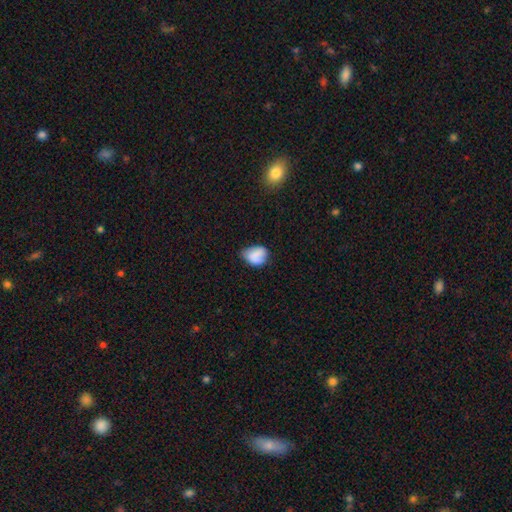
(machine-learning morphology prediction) smooth-or-featured: smooth: 81% | featured or disk: 11% | star or artifact: 8%
  how-rounded: in between: 59% | round: 40% | cigar-shaped: 1%
  merging: none: 50% | minor disturbance: 39% | major disturbance: 9% | merger: 2%